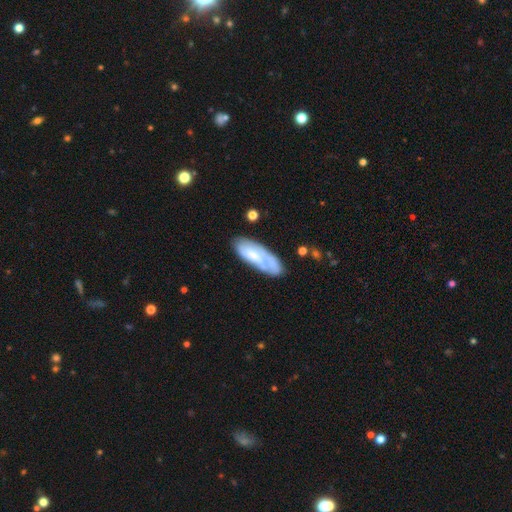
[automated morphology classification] smooth 49%, featured or disk 45%, star or artifact 6%. Down the decision tree: merging — none (58%).